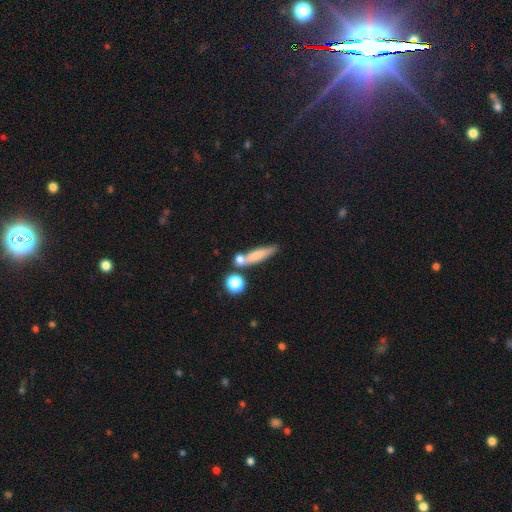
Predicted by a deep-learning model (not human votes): Smooth or featured: smooth — 70% (featured or disk — 21%)
How rounded: cigar-shaped — 71% (in between — 22%)
Merging: none — 59% (merger — 22%)